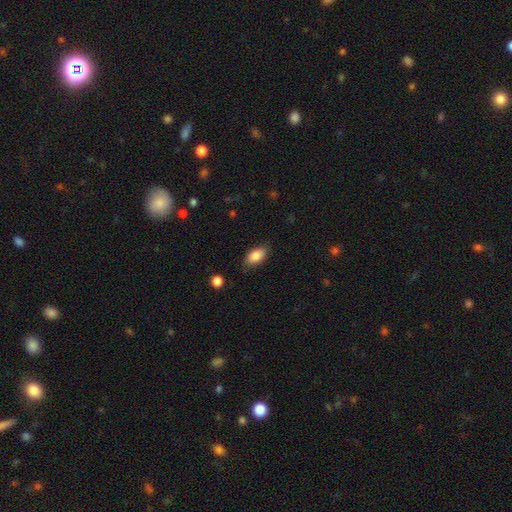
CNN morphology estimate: smooth_or_featured: smooth (p=0.85) [alt: featured or disk p=0.08]
how_rounded: in between (p=0.91) [alt: round p=0.04]
merging: none (p=0.78) [alt: minor disturbance p=0.17]